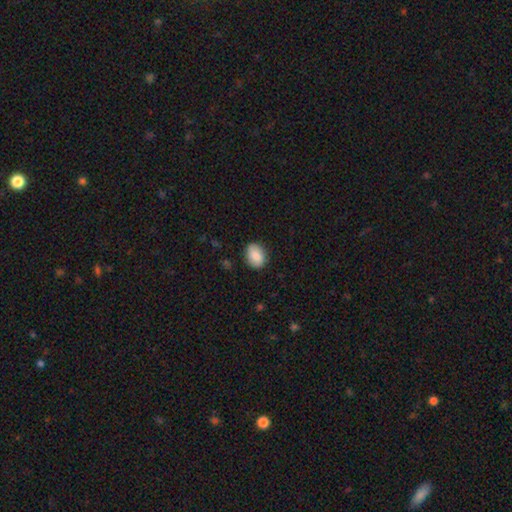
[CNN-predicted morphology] type=smooth (87%); roundness=in between (67%); merging=none (86%).